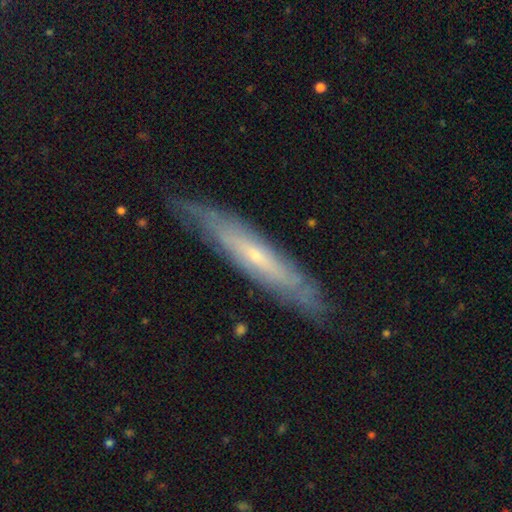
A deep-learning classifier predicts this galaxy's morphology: featured or disk 69%, smooth 25%, star or artifact 6%. Down the decision tree: edge-on disk — yes (63%); merging — none (80%).